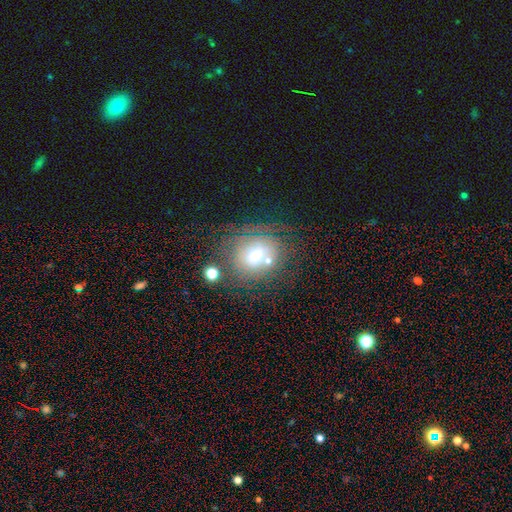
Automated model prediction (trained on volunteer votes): A smooth galaxy with no disk features (49%). Merging: none (60%).